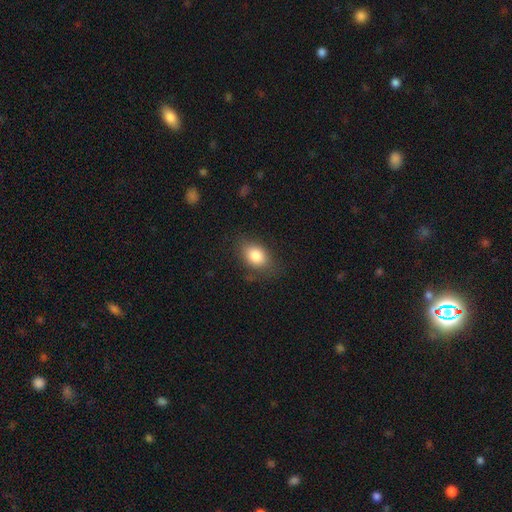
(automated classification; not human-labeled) Overall: smooth (83%). How rounded: in between (75%). Merging: none (76%).